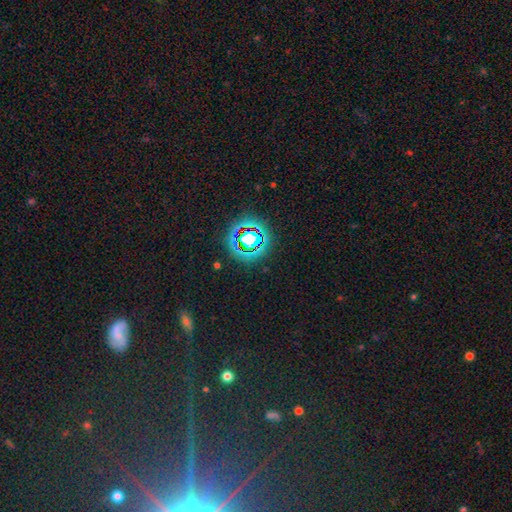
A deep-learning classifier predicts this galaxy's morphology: smooth-or-featured: star or artifact: 75% | smooth: 15% | featured or disk: 10%